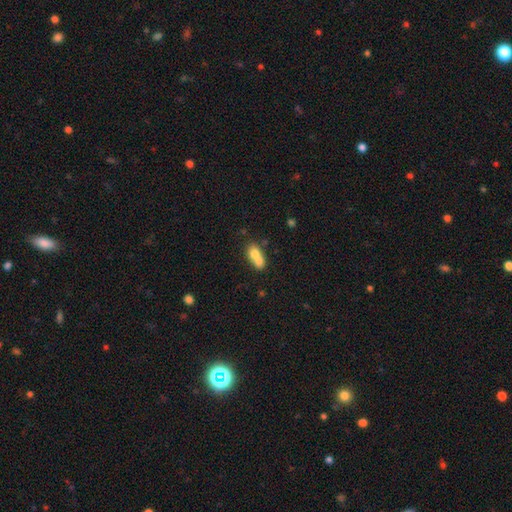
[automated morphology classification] This appears to be a smooth galaxy with no disk features (70%) that is in between round and cigar-shaped (60%). Merging: merger (67%).